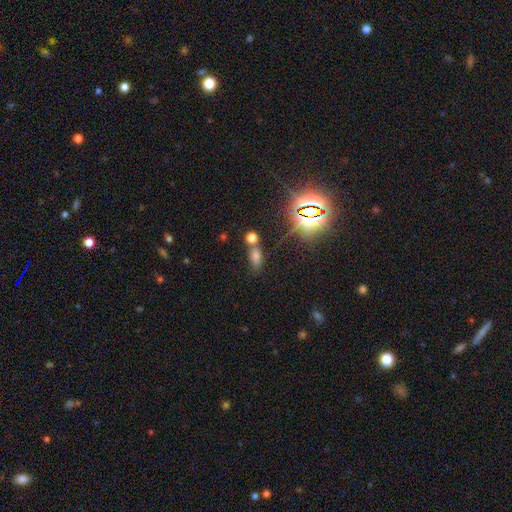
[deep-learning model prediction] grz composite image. It shows a smooth galaxy with no disk features (51%) that is in between round and cigar-shaped (74%). Merging: none (59%).